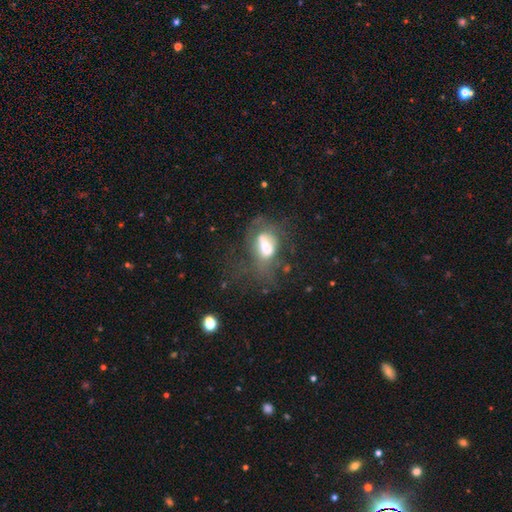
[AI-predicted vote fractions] Smooth or featured? smooth (43%)
Merging? none (46%)